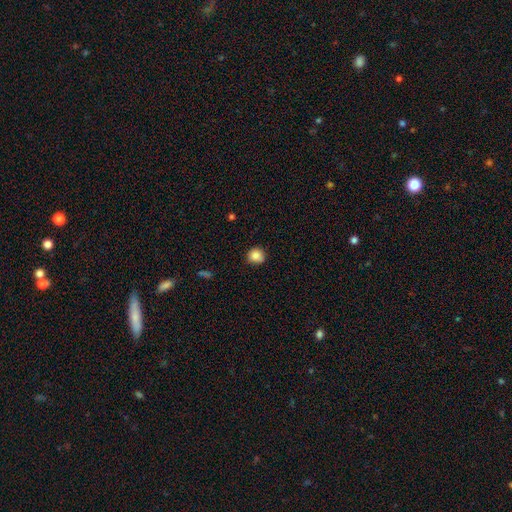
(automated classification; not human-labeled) Morphology: type=smooth (86%); roundness=round (88%); merging=none (83%).